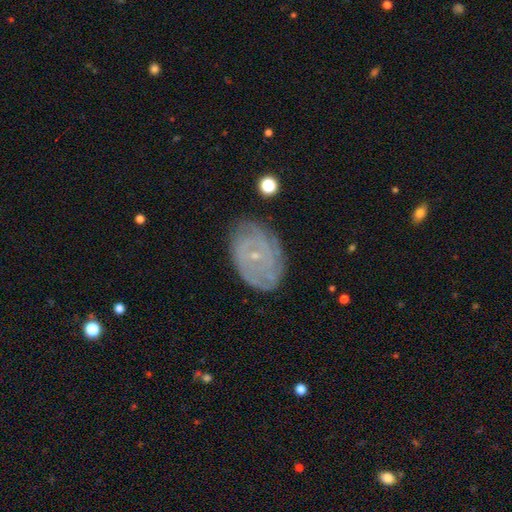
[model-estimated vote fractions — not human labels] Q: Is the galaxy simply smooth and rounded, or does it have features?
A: featured or disk — 76%.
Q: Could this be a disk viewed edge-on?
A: no — 96%.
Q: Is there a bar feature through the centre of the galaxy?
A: no — 72%.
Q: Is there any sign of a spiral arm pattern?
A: yes — 90%.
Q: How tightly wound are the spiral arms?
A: tight — 71%.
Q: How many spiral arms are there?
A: can't tell — 41%.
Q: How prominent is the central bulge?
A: small — 86%.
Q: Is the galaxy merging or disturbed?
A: none — 78%.